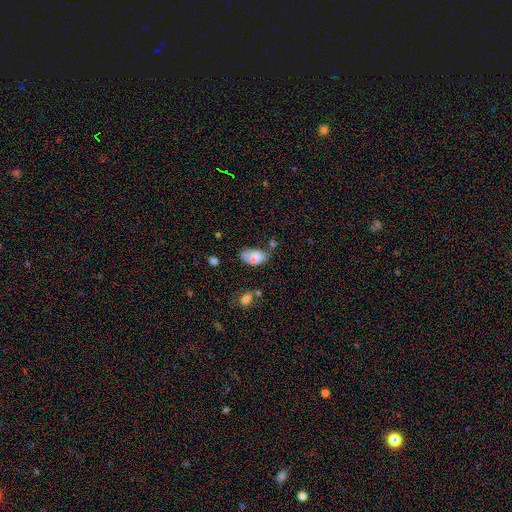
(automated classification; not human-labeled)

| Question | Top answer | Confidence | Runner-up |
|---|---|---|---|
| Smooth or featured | smooth | 76% | featured or disk (15%) |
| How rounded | in between | 92% | round (7%) |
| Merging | none | 36% | minor disturbance (34%) |